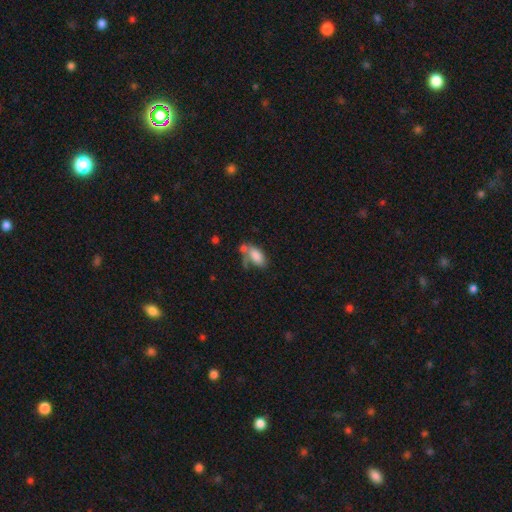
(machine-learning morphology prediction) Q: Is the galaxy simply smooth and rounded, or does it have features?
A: smooth — 79%.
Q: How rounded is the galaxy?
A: in between — 91%.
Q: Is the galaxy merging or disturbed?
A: none — 38%.